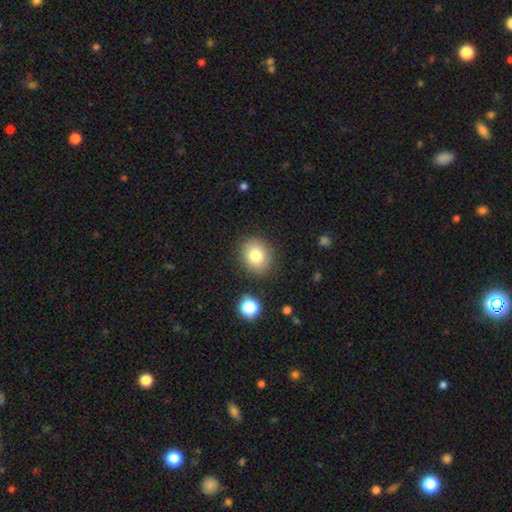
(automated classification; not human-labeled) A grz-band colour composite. It shows a smooth galaxy with no disk features (79%) that is round (64%). Merging: none (86%).